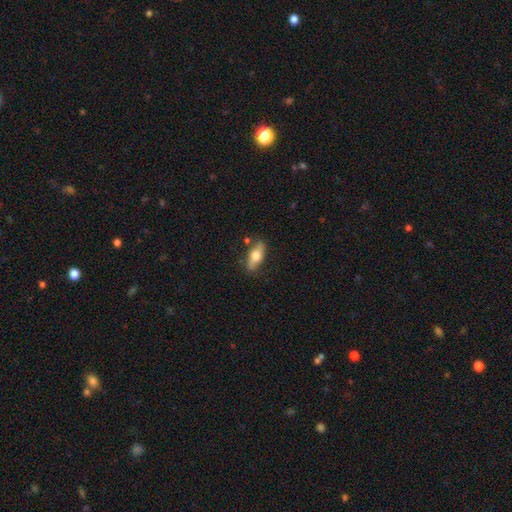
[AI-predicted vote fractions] The model was most divided on "smooth or featured": smooth: 62%, featured or disk: 32%, star or artifact: 6%. More confident: merging — none (78%); how rounded — in between (73%).